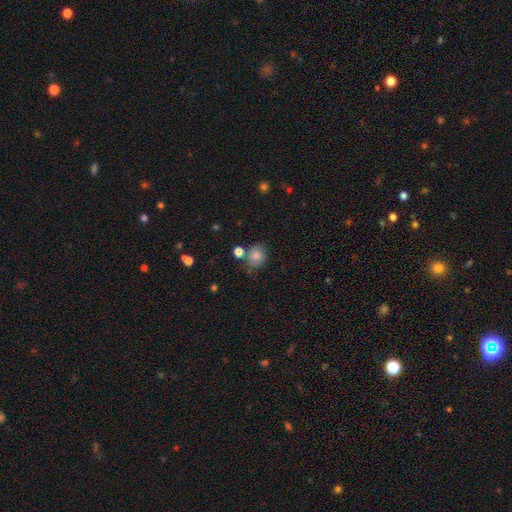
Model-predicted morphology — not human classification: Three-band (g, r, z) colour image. It shows a smooth galaxy with no disk features (82%) that is round (75%). Merging: none (65%).